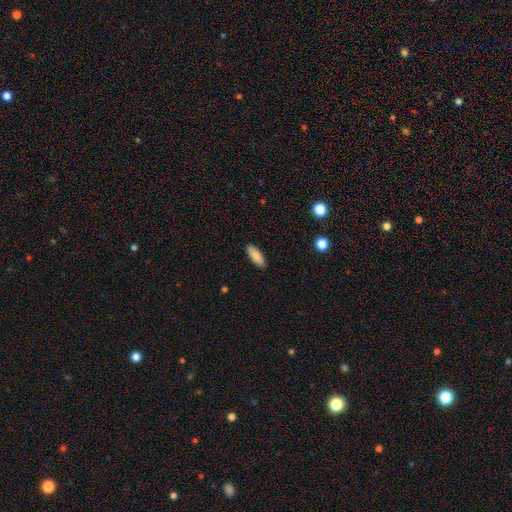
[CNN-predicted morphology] Overall: smooth (88%). How rounded: in between (74%). Merging: none (90%).